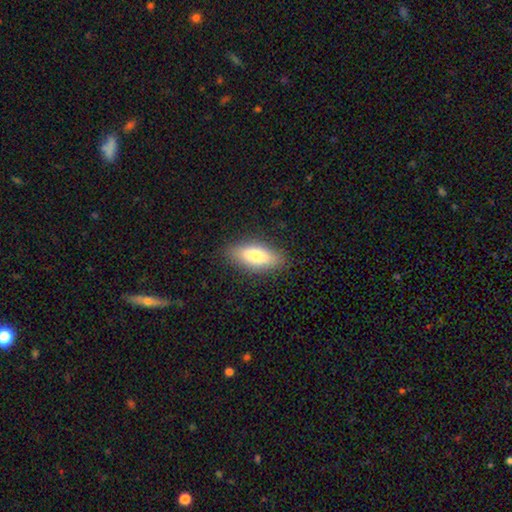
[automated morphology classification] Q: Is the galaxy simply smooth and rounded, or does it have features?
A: smooth — 78%.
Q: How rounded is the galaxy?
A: in between — 74%.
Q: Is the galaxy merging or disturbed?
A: none — 85%.